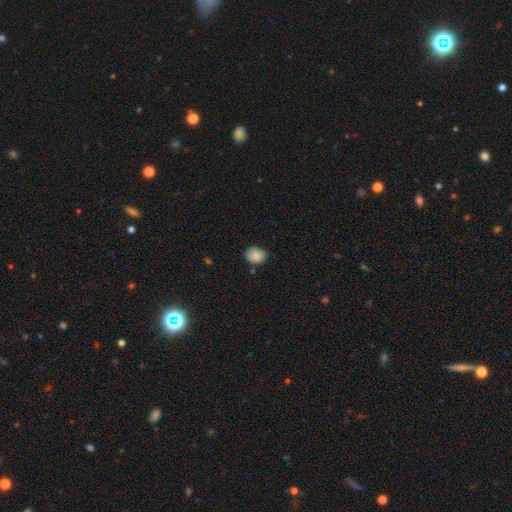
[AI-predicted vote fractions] smooth_or_featured: smooth (p=0.85) [alt: star or artifact p=0.08]
how_rounded: round (p=0.54) [alt: in between p=0.45]
merging: none (p=0.76) [alt: minor disturbance p=0.19]